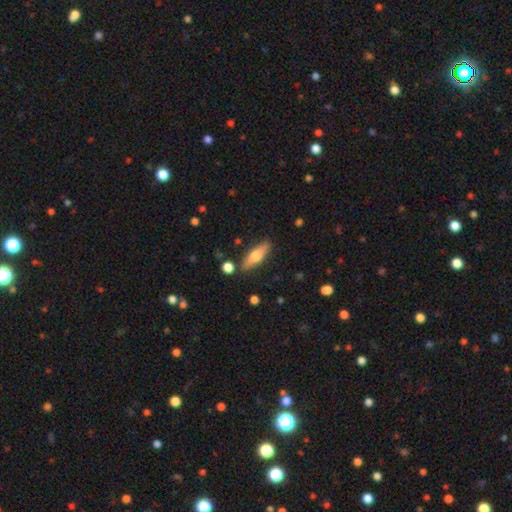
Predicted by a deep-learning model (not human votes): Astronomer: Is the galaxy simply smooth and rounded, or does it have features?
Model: smooth — 58% (runner-up: featured or disk, 35%).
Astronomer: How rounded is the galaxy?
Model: in between — 53% (runner-up: cigar-shaped, 44%).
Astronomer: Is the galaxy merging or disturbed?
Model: none — 84%.